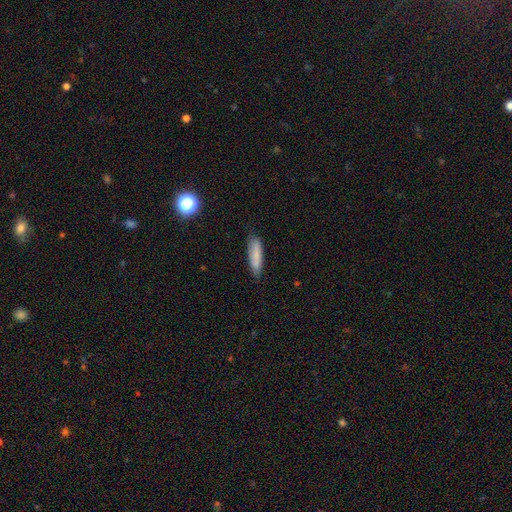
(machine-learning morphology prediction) This is likely a smooth galaxy (79%). How rounded: likely cigar-shaped (67%). Merging: likely none (78%).